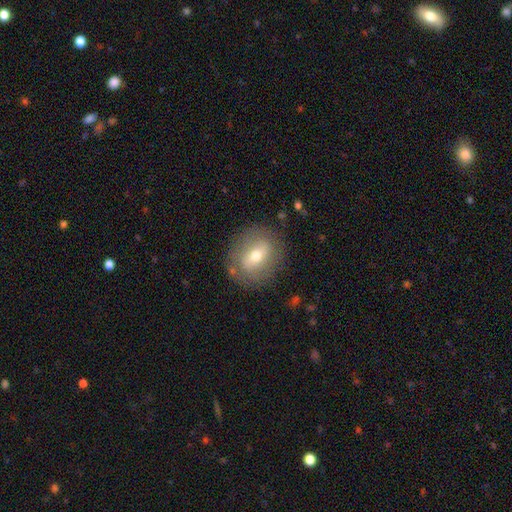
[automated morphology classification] smooth-or-featured: smooth: 52% | featured or disk: 39% | star or artifact: 9%
  how-rounded: round: 61% | in between: 37% | cigar-shaped: 2%
  merging: none: 81% | minor disturbance: 12% | major disturbance: 5% | merger: 2%